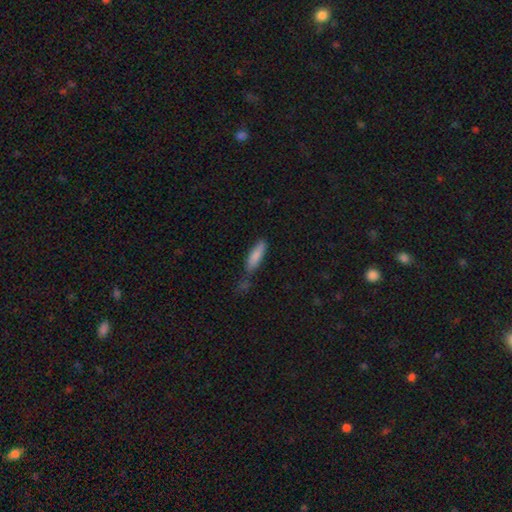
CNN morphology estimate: Q: Smooth or featured?
A: smooth (85%); runner-up: featured or disk (9%)
Q: How rounded?
A: cigar-shaped (60%); runner-up: in between (38%)
Q: Merging?
A: none (56%); runner-up: minor disturbance (26%)